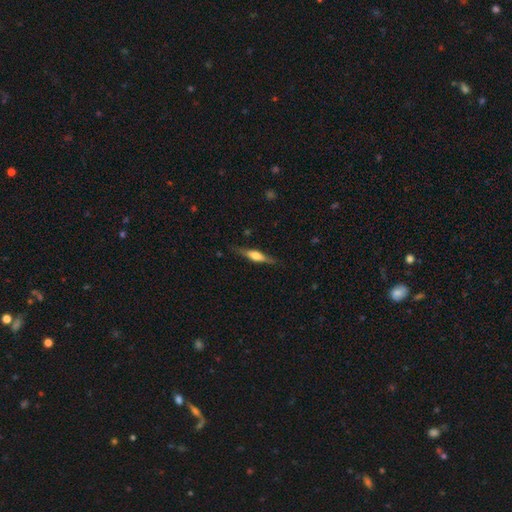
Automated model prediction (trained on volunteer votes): featured or disk 61%, smooth 33%, star or artifact 6%. Down the decision tree: edge-on disk — yes (95%); edge-on bulge — rounded (86%); merging — none (83%).